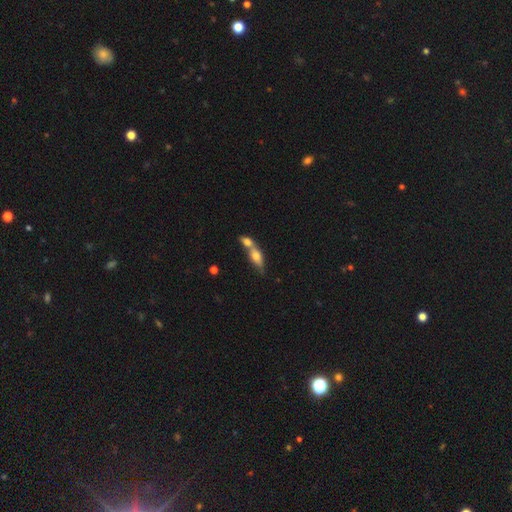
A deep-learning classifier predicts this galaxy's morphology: A smooth galaxy with no disk features (61%) that is in between round and cigar-shaped (64%). Merging: merger (66%).